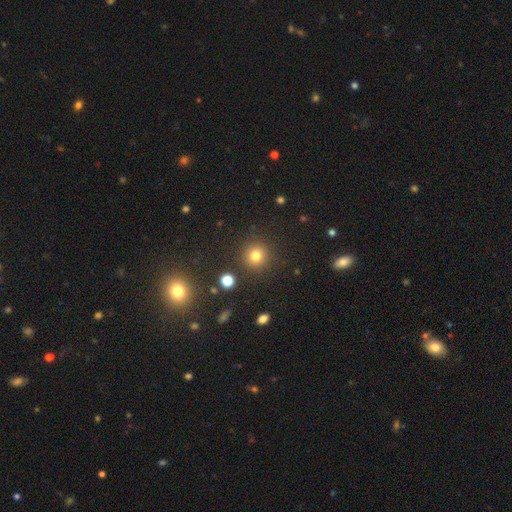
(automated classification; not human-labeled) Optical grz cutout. It shows a smooth galaxy with no disk features (78%) that is round (93%). Merging: none (88%).